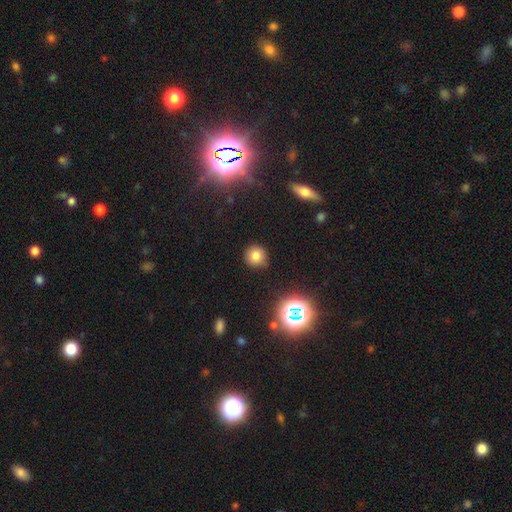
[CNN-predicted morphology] smooth_or_featured: smooth (p=0.76) [alt: star or artifact p=0.16]
how_rounded: round (p=0.90) [alt: in between p=0.08]
merging: none (p=0.83) [alt: minor disturbance p=0.12]